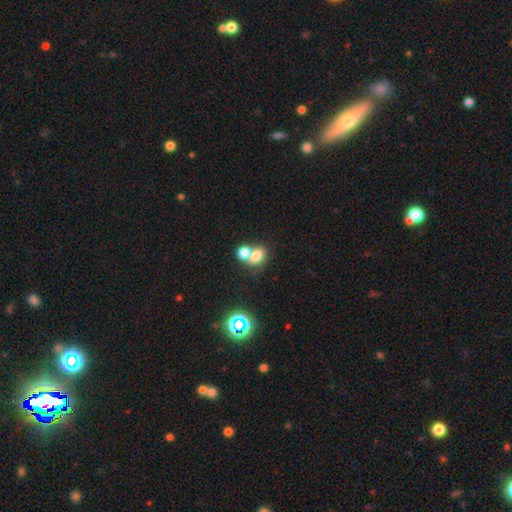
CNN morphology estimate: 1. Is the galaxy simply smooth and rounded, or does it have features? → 73% smooth, 14% featured or disk, 13% star or artifact.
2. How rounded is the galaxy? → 60% in between, 38% round, 1% cigar-shaped.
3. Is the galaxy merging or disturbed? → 61% merger, 29% none, 7% minor disturbance, 4% major disturbance.